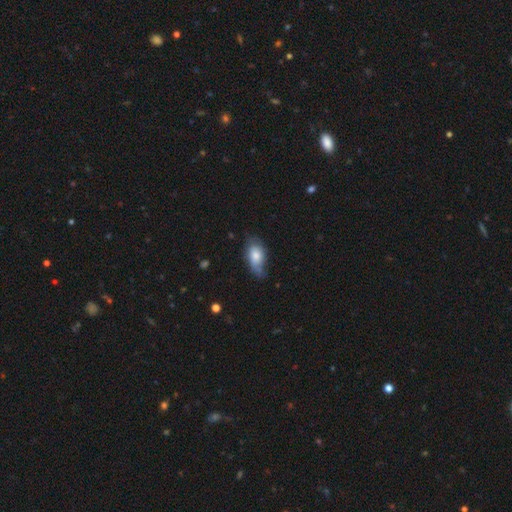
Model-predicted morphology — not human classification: Overall: smooth (73%). How rounded: in between (91%). Merging: none (49%; minor disturbance 37%).